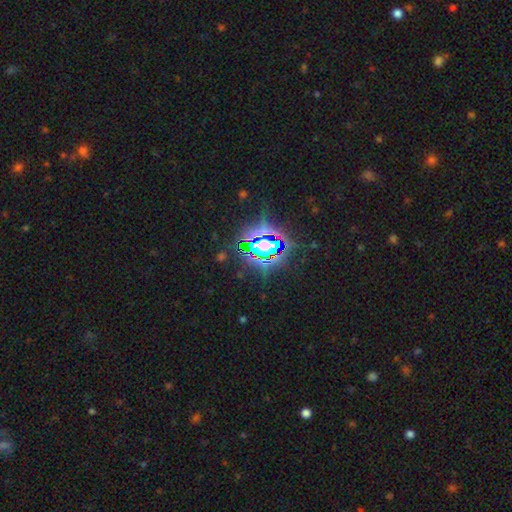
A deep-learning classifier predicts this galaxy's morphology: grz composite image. It shows a star or artifact, not a galaxy (81%).